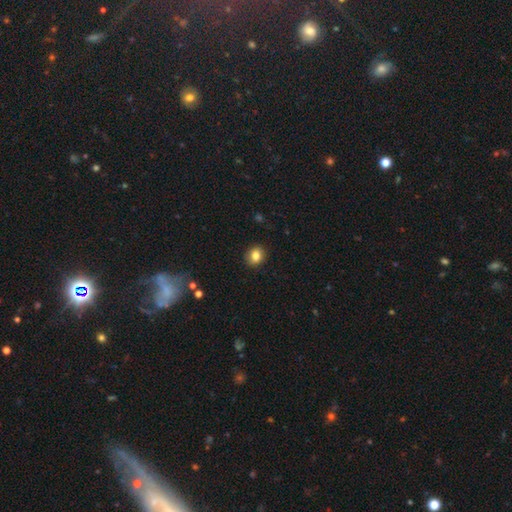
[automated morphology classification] A smooth galaxy with no disk features (83%) that is round (69%).

Vote fractions:
- Smooth or featured? smooth: 83% / star or artifact: 10% / featured or disk: 7%
- How rounded? round: 69% / in between: 30% / cigar-shaped: 1%
- Merging? none: 89% / minor disturbance: 8% / major disturbance: 2% / merger: 1%